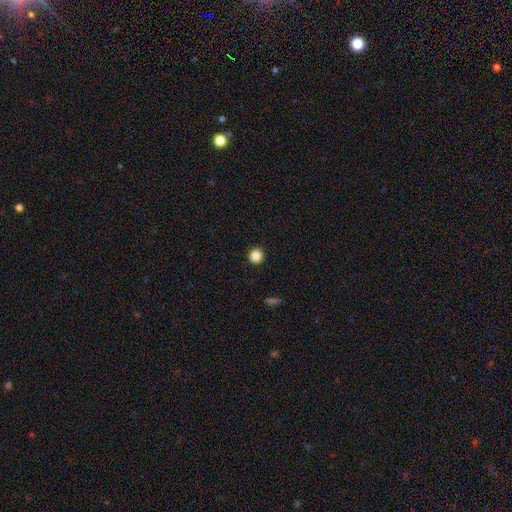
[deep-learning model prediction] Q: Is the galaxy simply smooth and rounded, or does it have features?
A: smooth — 85%.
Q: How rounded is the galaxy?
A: round — 93%.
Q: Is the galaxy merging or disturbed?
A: none — 92%.